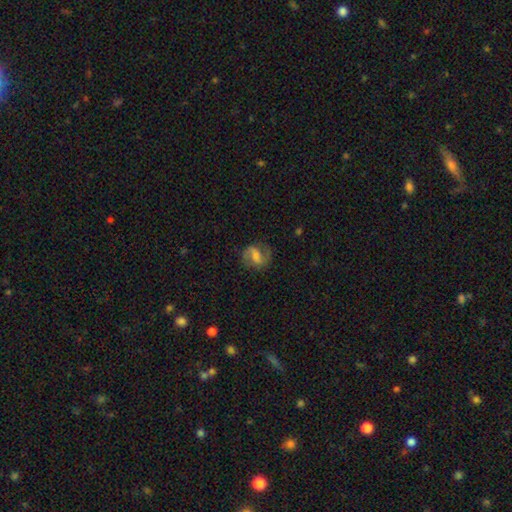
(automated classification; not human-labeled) Smooth or featured?
  - featured or disk: 72% *
  - smooth: 20%
  - star or artifact: 7%
Edge-on disk?
  - no: 98% *
  - yes: 2%
Bar?
  - weak: 50% *
  - strong: 29%
  - no: 20%
Spiral arms?
  - yes: 93% *
  - no: 7%
Spiral winding?
  - medium: 50% *
  - loose: 34%
  - tight: 17%
Spiral arm count?
  - 2: 89% *
  - can't tell: 4%
  - 1: 4%
  - 3: 1%
  - 4: 1%
  - more than 4: 1%
Bulge size?
  - small: 36% *
  - moderate: 35%
  - none: 21%
  - large: 7%
  - dominant: 2%
Merging?
  - none: 76% *
  - minor disturbance: 16%
  - major disturbance: 7%
  - merger: 1%